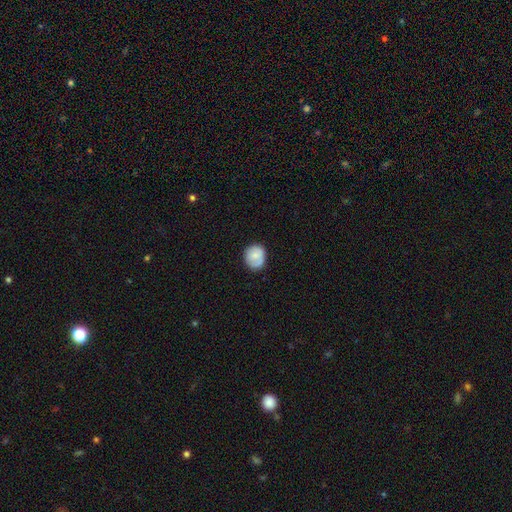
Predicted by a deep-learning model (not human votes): Smooth or featured? Predicted: smooth (p=0.72). How rounded? Predicted: round (p=0.77). Merging? Predicted: none (p=0.74).